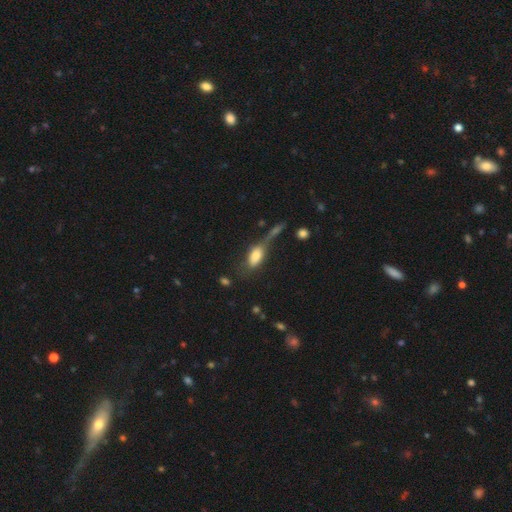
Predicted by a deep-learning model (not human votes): This appears to be a smooth galaxy with no disk features (74%) that is in between round and cigar-shaped (87%). Merging: none (30%).